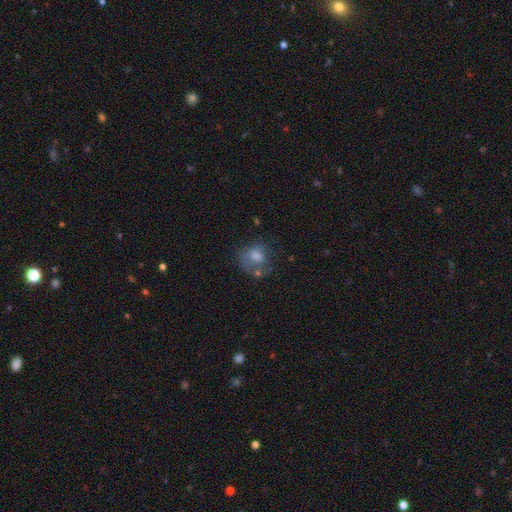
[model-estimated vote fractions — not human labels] Smooth or featured? Predicted: smooth (p=0.52). How rounded? Predicted: round (p=0.63). Merging? Predicted: none (p=0.45).